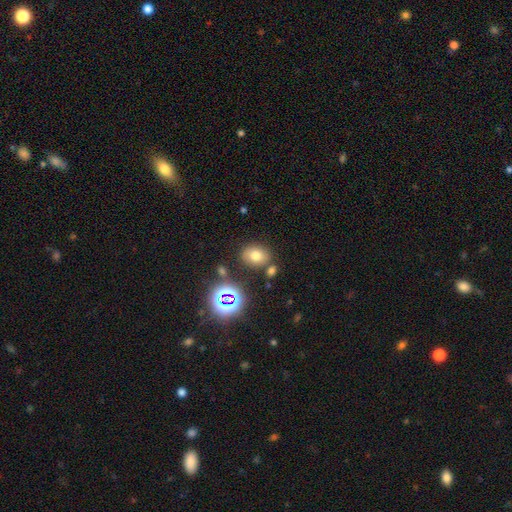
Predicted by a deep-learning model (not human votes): Smooth or featured: smooth — 71% (star or artifact — 18%)
How rounded: in between — 58% (round — 41%)
Merging: none — 75% (minor disturbance — 12%)